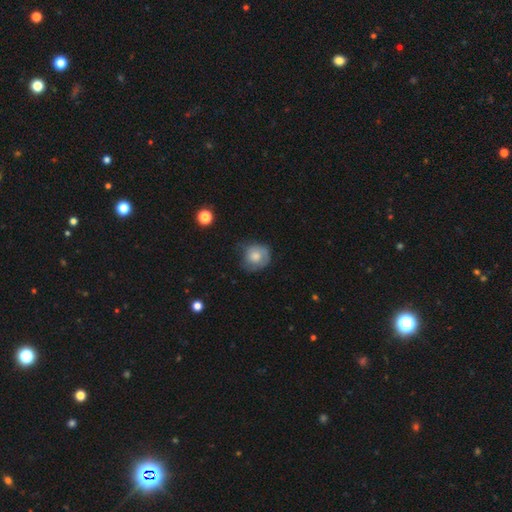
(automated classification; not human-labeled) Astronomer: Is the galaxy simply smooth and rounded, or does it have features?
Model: smooth — 70%.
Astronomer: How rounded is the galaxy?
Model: round — 80%.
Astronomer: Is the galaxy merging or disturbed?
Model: none — 55% (runner-up: minor disturbance, 31%).